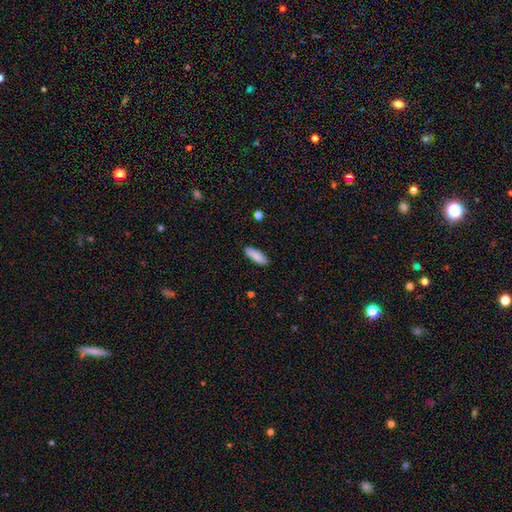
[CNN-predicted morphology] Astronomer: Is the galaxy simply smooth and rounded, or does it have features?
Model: smooth — 88%.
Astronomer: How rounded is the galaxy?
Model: in between — 62%.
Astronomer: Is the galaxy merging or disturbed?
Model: none — 89%.